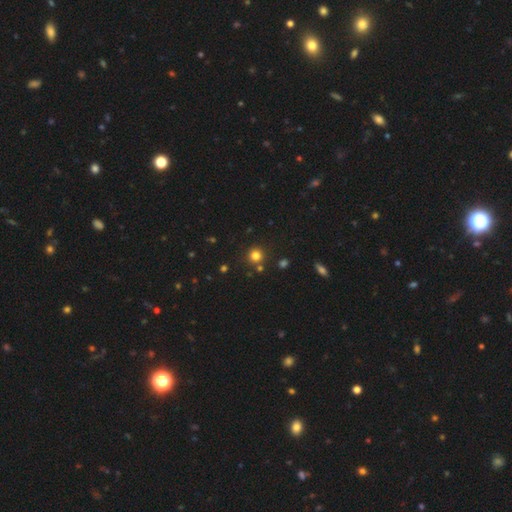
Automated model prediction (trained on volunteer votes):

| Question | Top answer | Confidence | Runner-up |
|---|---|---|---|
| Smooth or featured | smooth | 78% | star or artifact (16%) |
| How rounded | round | 93% | in between (6%) |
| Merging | none | 84% | minor disturbance (7%) |